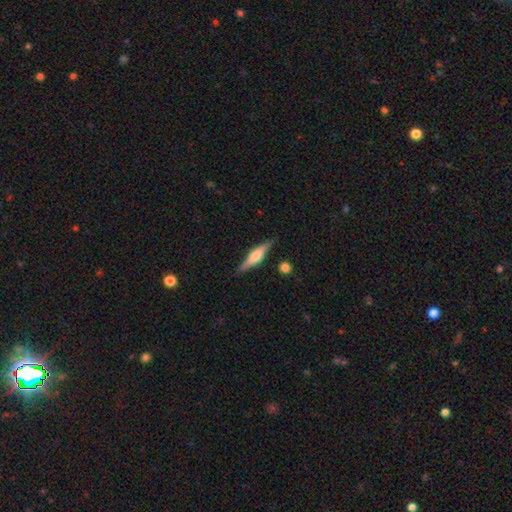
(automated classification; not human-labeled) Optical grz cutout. It shows a featured or disk galaxy (60%) viewed edge-on (95%) with a rounded central bulge (82%). Merging: none (85%).